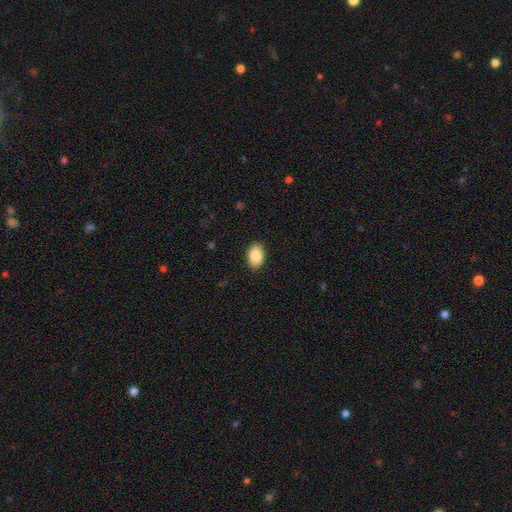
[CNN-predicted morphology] Smooth or featured: smooth — 89% (star or artifact — 7%)
How rounded: in between — 90% (round — 9%)
Merging: none — 90% (minor disturbance — 7%)